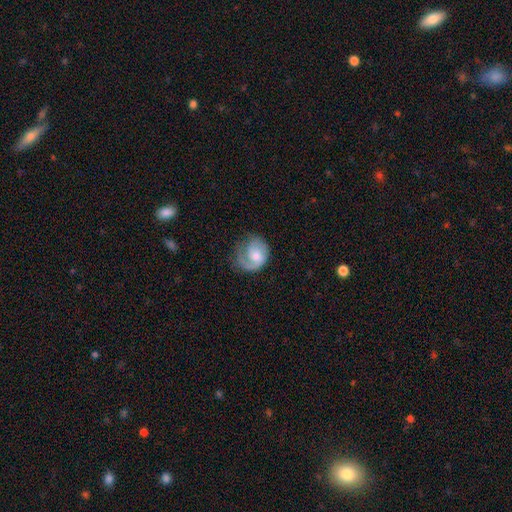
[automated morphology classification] This appears to be a featured or disk galaxy (68%) with no bar (66%), 1 (51%) medium (41%) spiral arms (91%) and a moderate central bulge (50%). Merging: none (54%).